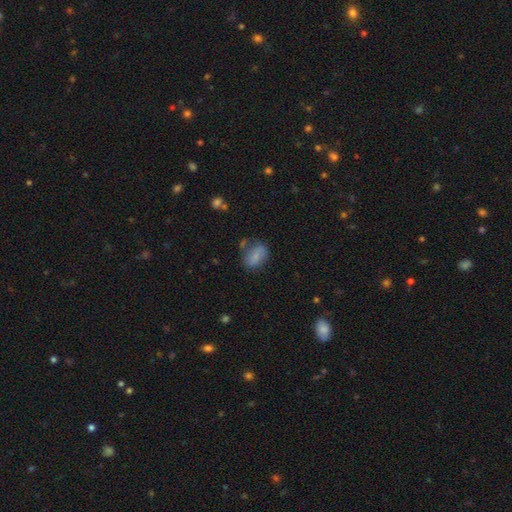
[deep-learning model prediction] Morphology: type=smooth (69%); roundness=in between (77%); merging=none (56%).